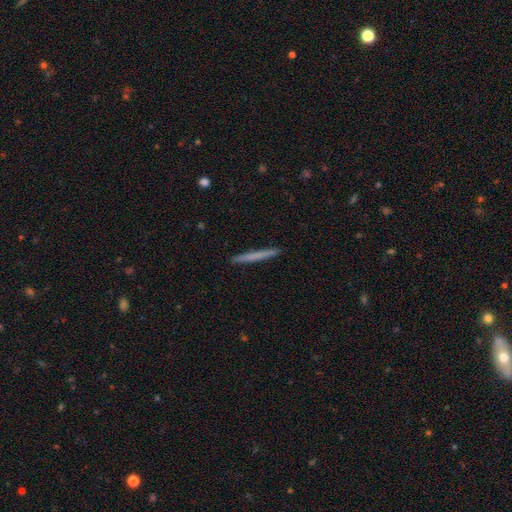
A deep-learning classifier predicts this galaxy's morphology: Smooth or featured?
  - smooth: 62% *
  - featured or disk: 33%
  - star or artifact: 6%
How rounded?
  - cigar-shaped: 97% *
  - in between: 2%
  - round: 1%
Merging?
  - none: 93% *
  - minor disturbance: 5%
  - major disturbance: 1%
  - merger: 1%